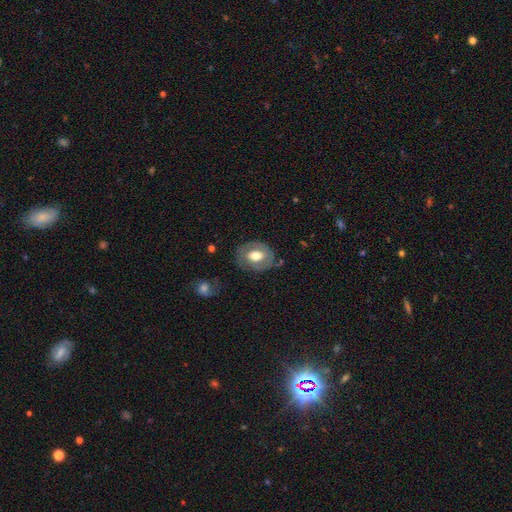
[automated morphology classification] Smooth or featured?
  - smooth: 48% *
  - featured or disk: 45%
  - star or artifact: 7%
Merging?
  - none: 71% *
  - minor disturbance: 19%
  - major disturbance: 8%
  - merger: 2%